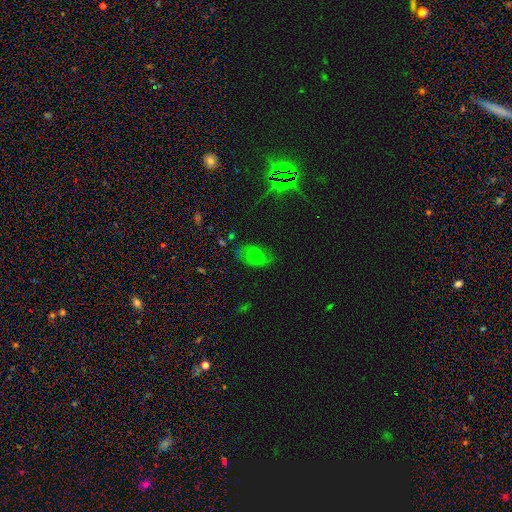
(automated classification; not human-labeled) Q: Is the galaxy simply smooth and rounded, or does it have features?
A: smooth — 45%.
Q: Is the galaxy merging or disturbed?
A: none — 67%.